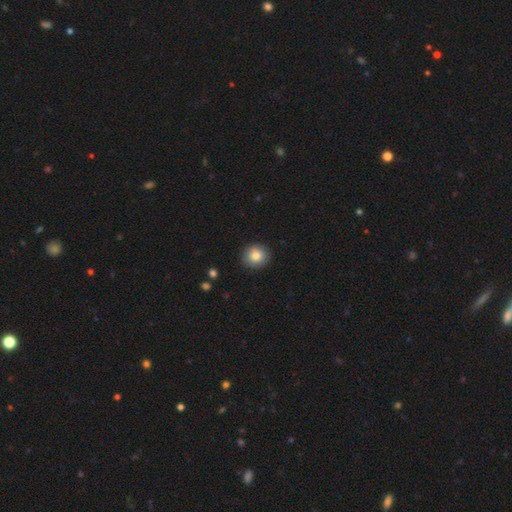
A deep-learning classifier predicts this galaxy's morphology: Smooth or featured? Predicted: smooth (p=0.84). How rounded? Predicted: round (p=0.85). Merging? Predicted: none (p=0.90).